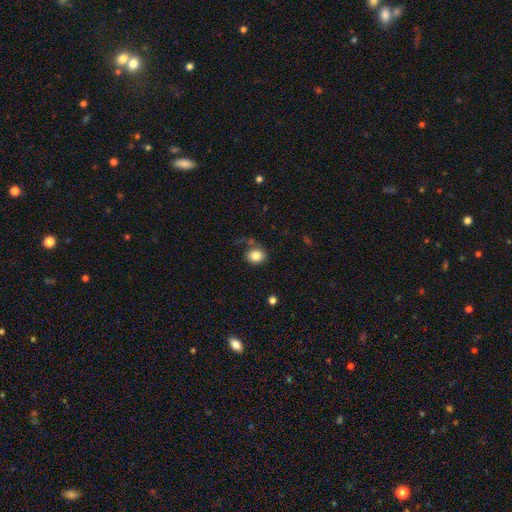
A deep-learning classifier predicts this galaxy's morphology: Smooth or featured? smooth (83%)
How rounded? round (74%)
Merging? none (71%)